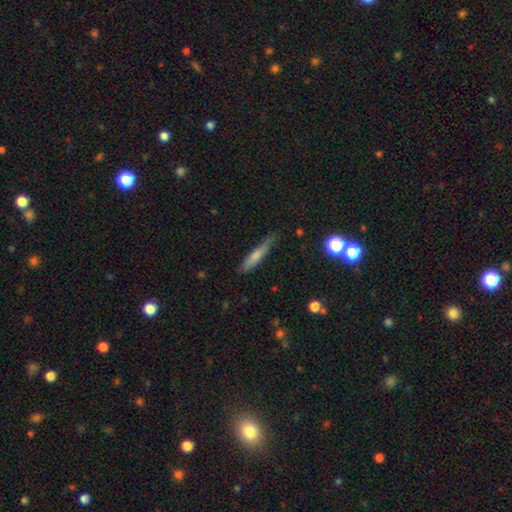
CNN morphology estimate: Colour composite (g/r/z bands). It shows a smooth galaxy with no disk features (57%) that is cigar-shaped (89%). Merging: none (76%).